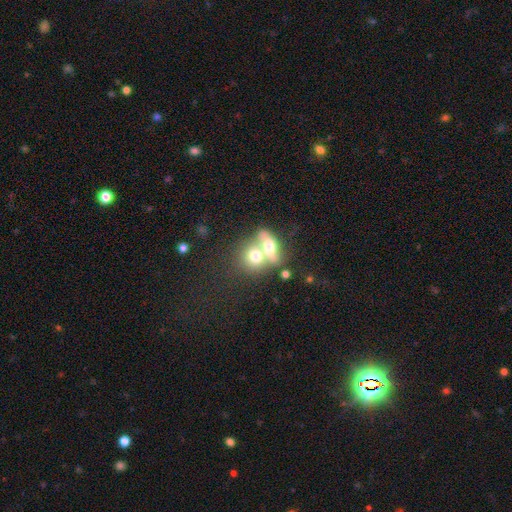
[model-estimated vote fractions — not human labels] Smooth or featured?
  - smooth: 66% *
  - featured or disk: 26%
  - star or artifact: 9%
How rounded?
  - round: 51% *
  - in between: 45%
  - cigar-shaped: 4%
Merging?
  - merger: 68% *
  - none: 22%
  - minor disturbance: 6%
  - major disturbance: 4%